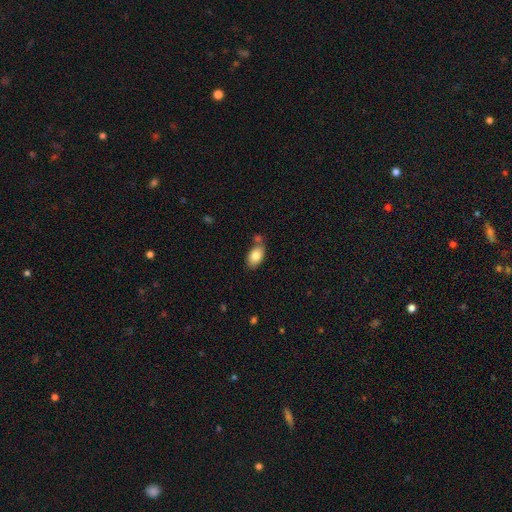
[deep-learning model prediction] smooth_or_featured: smooth (p=0.81) [alt: featured or disk p=0.12]
how_rounded: in between (p=0.91) [alt: round p=0.08]
merging: none (p=0.61) [alt: merger p=0.18]